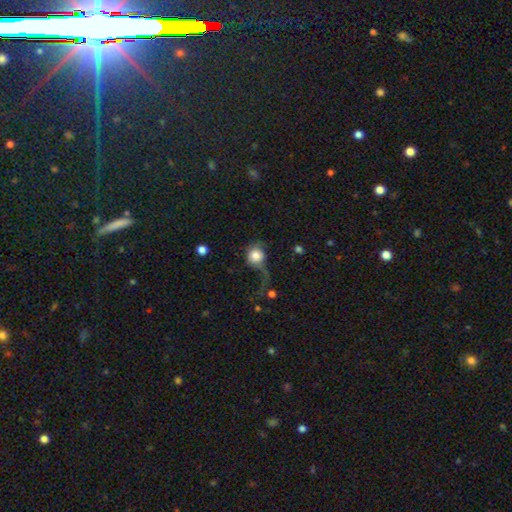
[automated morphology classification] smooth 77%, featured or disk 15%, star or artifact 8%. Down the decision tree: how rounded — round (79%); merging — major disturbance (50%).